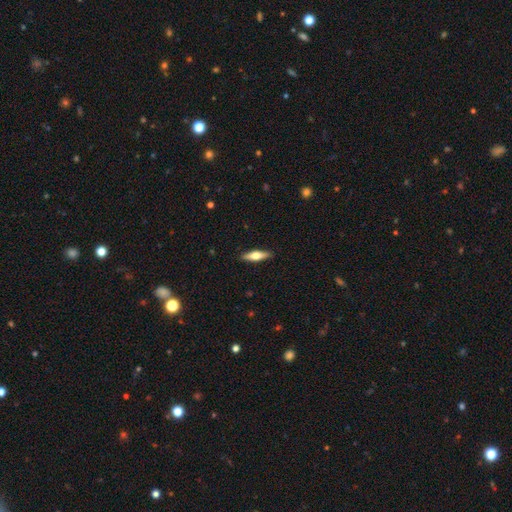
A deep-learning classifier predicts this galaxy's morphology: Overall: smooth (47%, tied with featured or disk). Merging: none (90%).